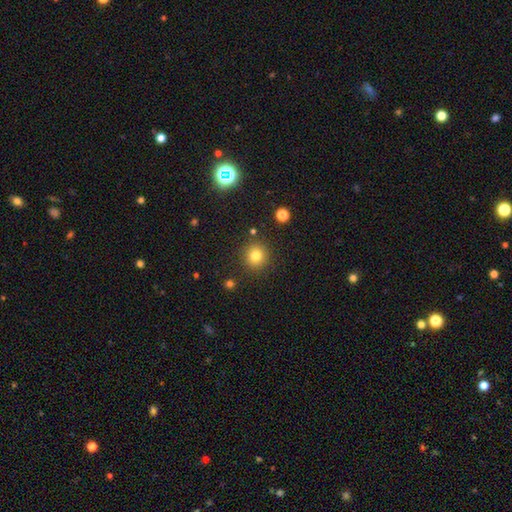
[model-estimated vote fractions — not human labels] A smooth galaxy with no disk features (80%) that is round (91%).

Vote fractions:
- Smooth or featured? smooth: 80% / star or artifact: 13% / featured or disk: 7%
- How rounded? round: 91% / in between: 8% / cigar-shaped: 1%
- Merging? none: 88% / minor disturbance: 7% / merger: 3% / major disturbance: 3%